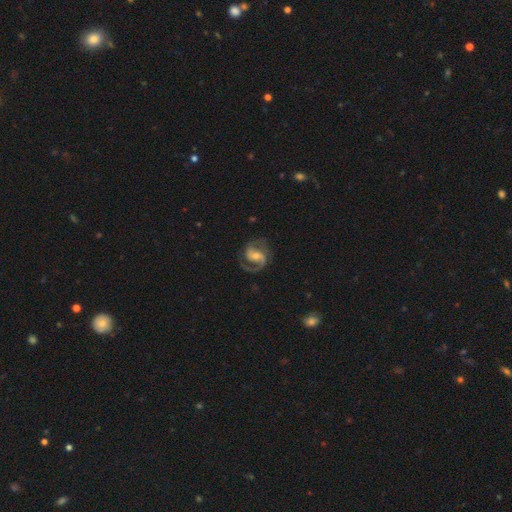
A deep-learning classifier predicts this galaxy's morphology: This appears to be a featured or disk galaxy (90%) with a weak bar (46%), 2 (88%) medium (60%) spiral arms (97%) and a moderate central bulge (48%). Merging: none (74%).